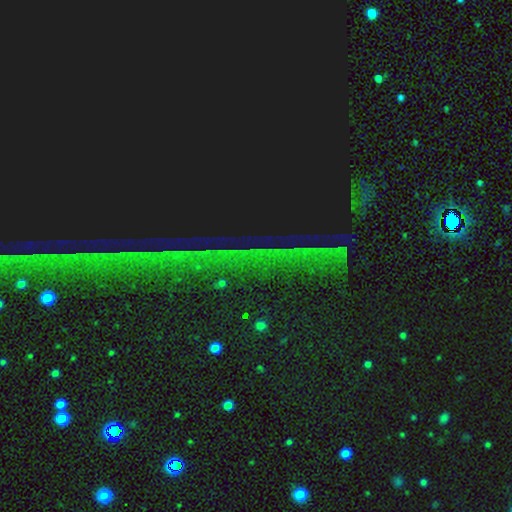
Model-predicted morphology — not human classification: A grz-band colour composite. It shows a star or artifact, not a galaxy (88%).